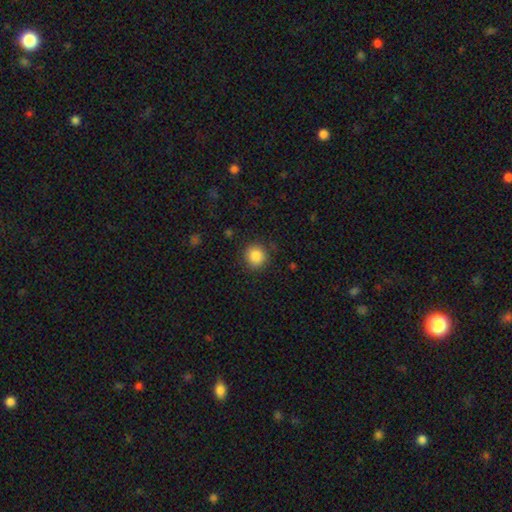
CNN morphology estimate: smooth 87%, star or artifact 9%, featured or disk 4%. Down the decision tree: how rounded — round (91%); merging — none (88%).